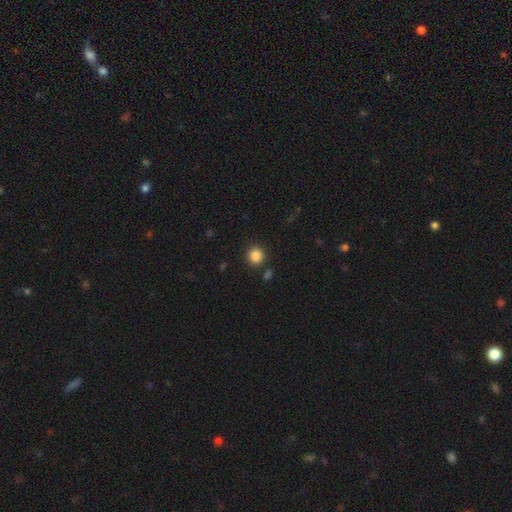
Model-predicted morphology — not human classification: Smooth or featured: smooth — 86% (star or artifact — 11%)
How rounded: round — 92% (in between — 7%)
Merging: none — 88% (minor disturbance — 6%)